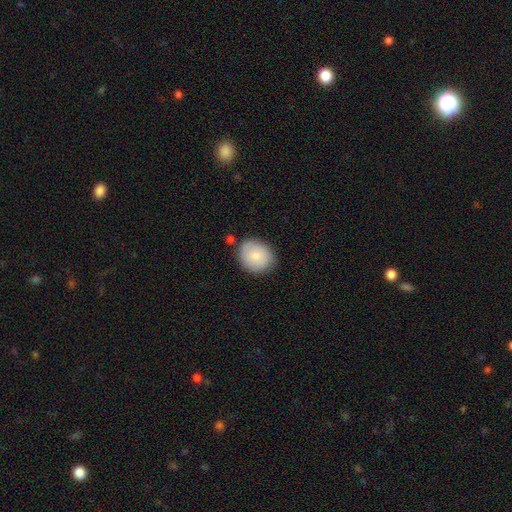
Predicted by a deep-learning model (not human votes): Smooth or featured: smooth — 83% (featured or disk — 11%)
How rounded: round — 71% (in between — 28%)
Merging: none — 77% (minor disturbance — 16%)